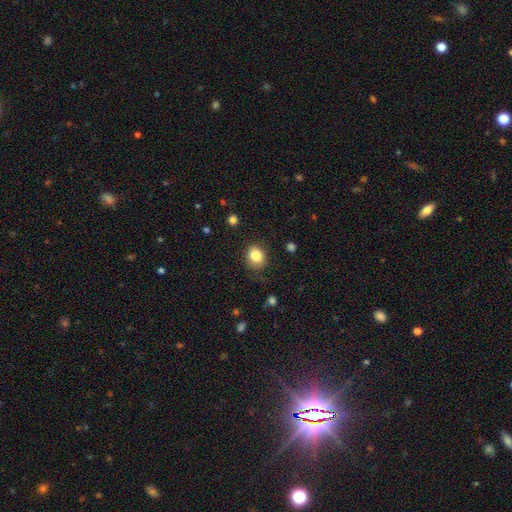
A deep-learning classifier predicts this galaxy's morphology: A smooth galaxy with no disk features (84%) that is round (69%).

Vote fractions:
- Smooth or featured? smooth: 84% / star or artifact: 10% / featured or disk: 6%
- How rounded? round: 69% / in between: 31% / cigar-shaped: 1%
- Merging? none: 81% / minor disturbance: 13% / major disturbance: 4% / merger: 1%